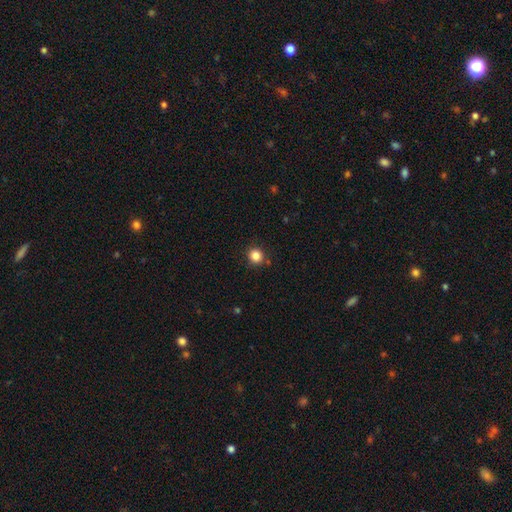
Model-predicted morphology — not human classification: Smooth or featured? smooth (84%)
How rounded? round (90%)
Merging? none (89%)